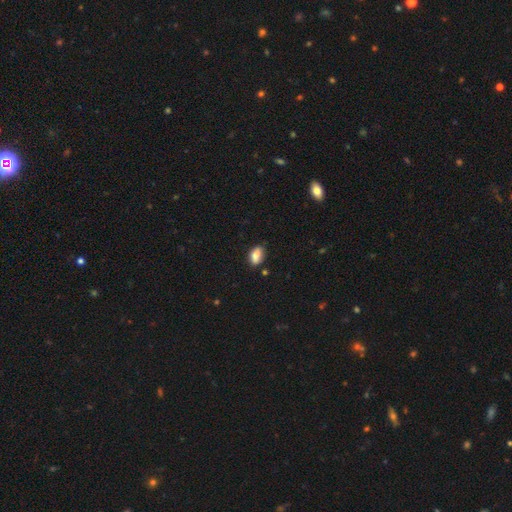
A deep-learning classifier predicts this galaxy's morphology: Smooth or featured? smooth (84%)
How rounded? in between (88%)
Merging? none (70%)